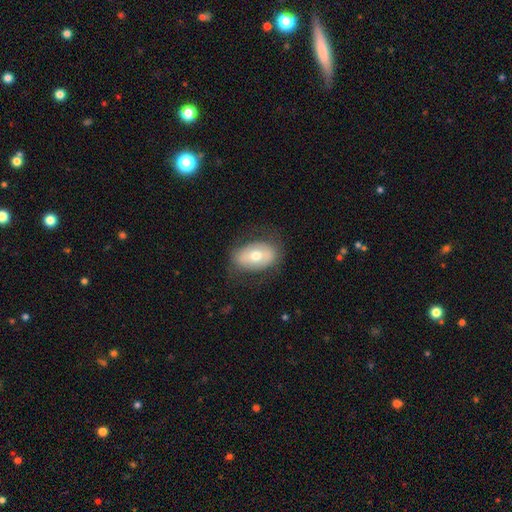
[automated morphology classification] smooth-or-featured: smooth: 57% | featured or disk: 35% | star or artifact: 8%
  how-rounded: in between: 82% | round: 16% | cigar-shaped: 1%
  merging: none: 74% | minor disturbance: 17% | major disturbance: 8% | merger: 1%